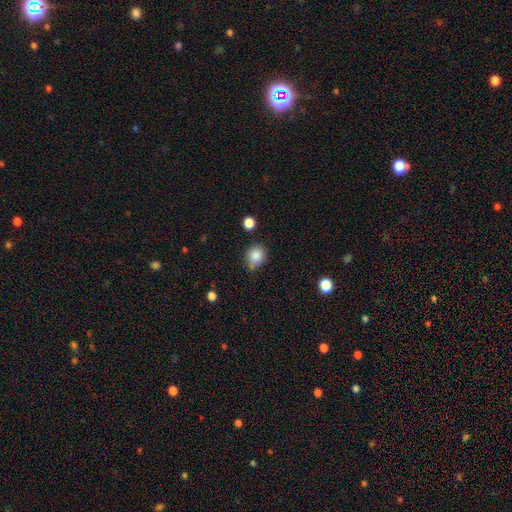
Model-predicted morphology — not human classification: Overall: smooth (86%). How rounded: round (70%). Merging: none (66%).